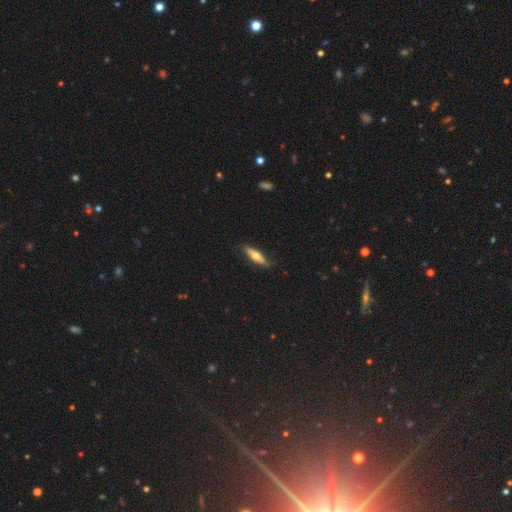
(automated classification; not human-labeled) smooth_or_featured: smooth (p=0.53) [alt: featured or disk p=0.41]
how_rounded: cigar-shaped (p=0.54) [alt: in between p=0.43]
merging: none (p=0.78) [alt: minor disturbance p=0.18]